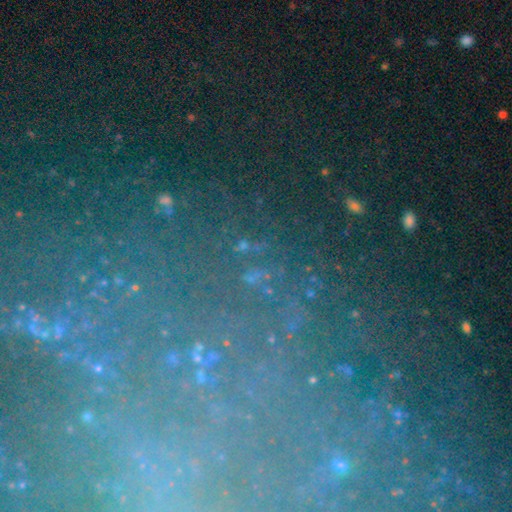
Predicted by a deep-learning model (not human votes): A star or artifact, not a galaxy (65%).